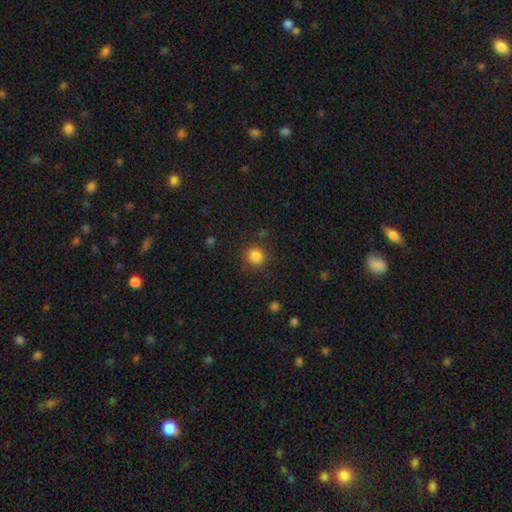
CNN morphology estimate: smooth_or_featured: smooth (p=0.85) [alt: star or artifact p=0.11]
how_rounded: round (p=0.90) [alt: in between p=0.09]
merging: none (p=0.87) [alt: minor disturbance p=0.09]